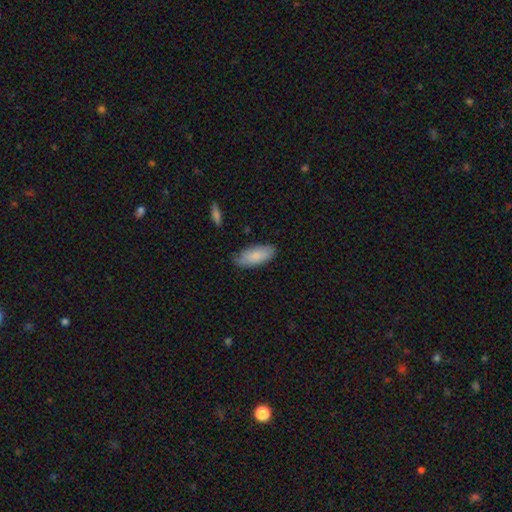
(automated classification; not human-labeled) Morphology: type=smooth (83%); roundness=in between (86%); merging=none (76%).